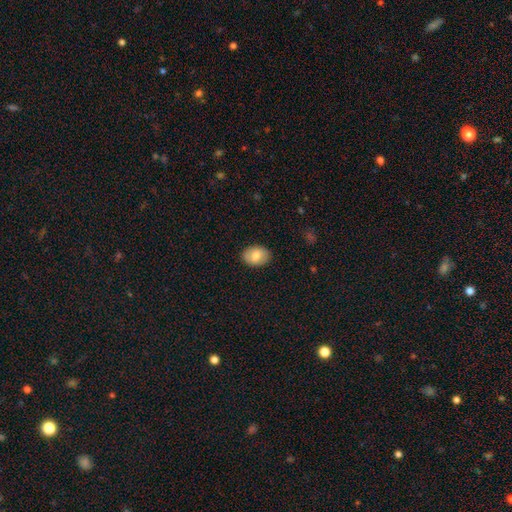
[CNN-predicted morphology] Smooth or featured: smooth — 78% (featured or disk — 15%)
How rounded: in between — 75% (round — 24%)
Merging: none — 89% (minor disturbance — 8%)